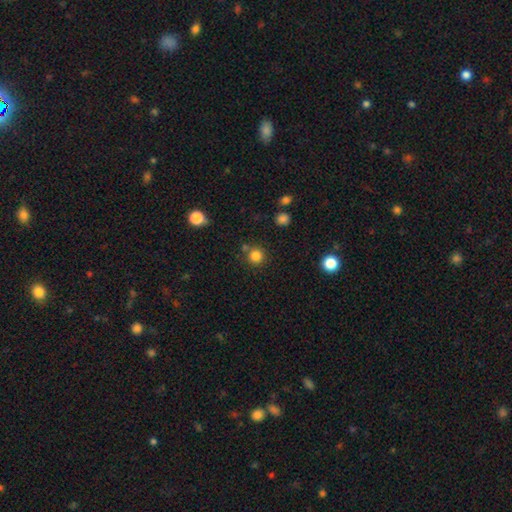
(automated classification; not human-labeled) A smooth galaxy with no disk features (82%) that is round (93%).

Vote fractions:
- Smooth or featured? smooth: 82% / star or artifact: 13% / featured or disk: 5%
- How rounded? round: 93% / in between: 6% / cigar-shaped: 1%
- Merging? none: 76% / merger: 11% / minor disturbance: 9% / major disturbance: 3%